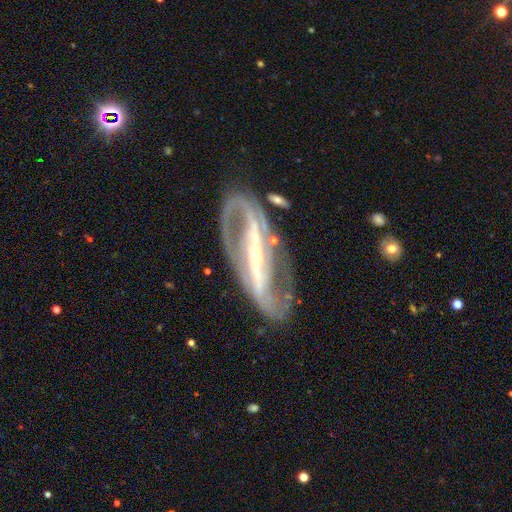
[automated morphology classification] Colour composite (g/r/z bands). It shows a featured or disk galaxy (89%) with a strong bar (82%), 2 (87%) medium (44%) spiral arms (88%) and a small central bulge (74%). Merging: none (72%).